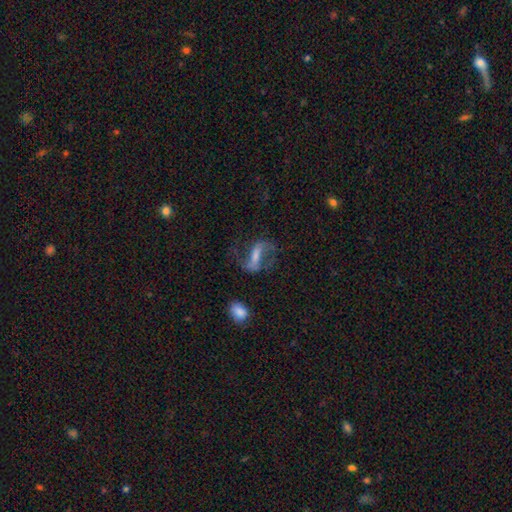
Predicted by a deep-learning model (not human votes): Overall: featured or disk (75%). Edge-on disk: no (92%). Bar: strong (55%; weak 32%). Spiral arms: yes (89%). Spiral arm count: 2 (90%). Spiral winding: loose (61%; medium 32%). Bulge size: small (35%; moderate 33%). Merging: none (64%).